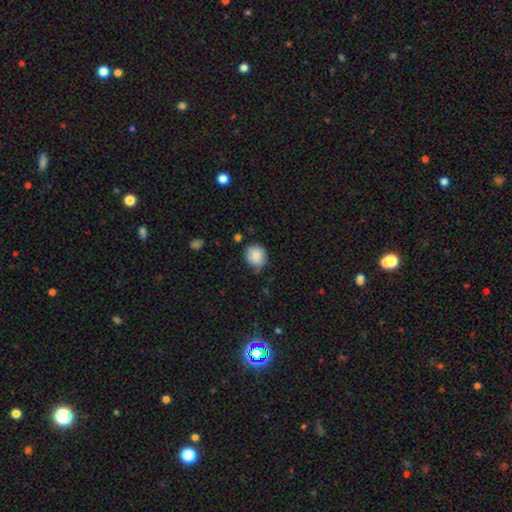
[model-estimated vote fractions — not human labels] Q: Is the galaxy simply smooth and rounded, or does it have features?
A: smooth — 84%.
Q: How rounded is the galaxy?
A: round — 75%.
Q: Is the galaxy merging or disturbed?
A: none — 70%.